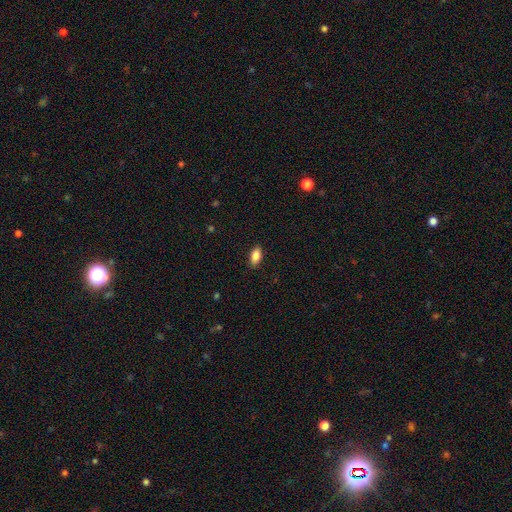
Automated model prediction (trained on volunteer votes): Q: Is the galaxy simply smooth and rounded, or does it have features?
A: smooth — 86%.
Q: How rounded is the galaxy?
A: in between — 90%.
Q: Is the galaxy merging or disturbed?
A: none — 88%.